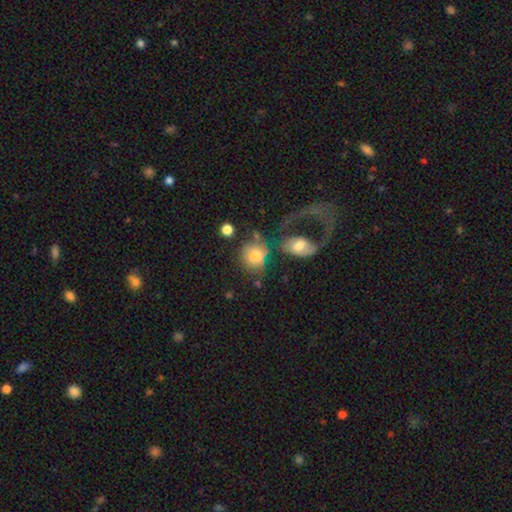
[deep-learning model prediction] This appears to be a smooth galaxy with no disk features (72%) that is round (66%). Merging: none (36%).